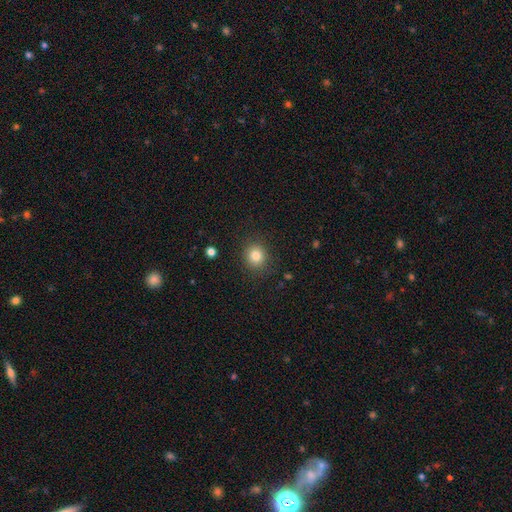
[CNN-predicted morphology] The model was most divided on "how rounded": round: 83%, in between: 16%, cigar-shaped: 1%. More confident: merging — none (88%); smooth or featured — smooth (83%).